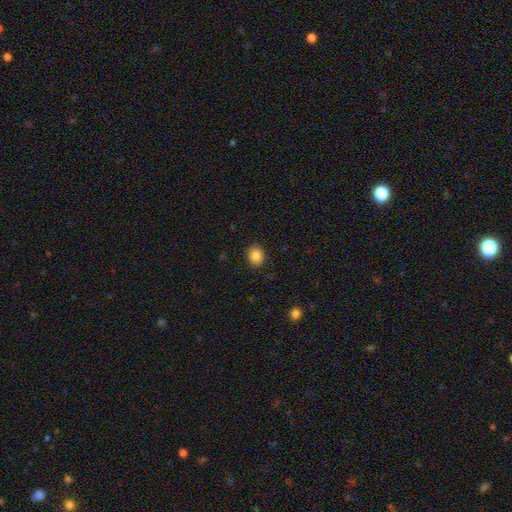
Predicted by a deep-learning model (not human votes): smooth_or_featured: smooth (p=0.86) [alt: star or artifact p=0.09]
how_rounded: round (p=0.59) [alt: in between p=0.40]
merging: none (p=0.90) [alt: minor disturbance p=0.07]